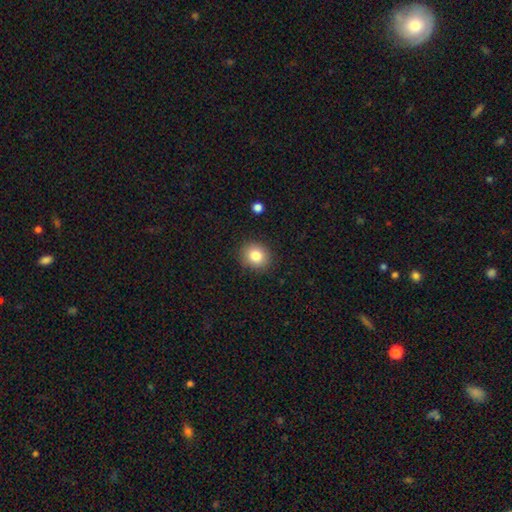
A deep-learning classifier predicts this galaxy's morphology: A smooth galaxy with no disk features (83%) that is round (78%). Merging: none (88%).